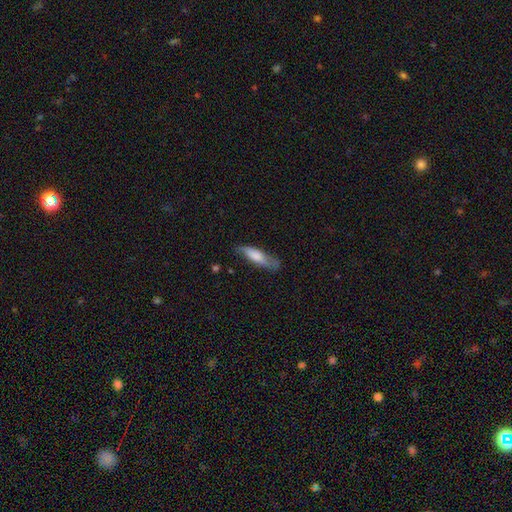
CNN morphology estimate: smooth 69%, featured or disk 25%, star or artifact 6%. Down the decision tree: how rounded — cigar-shaped (59%); merging — none (56%).